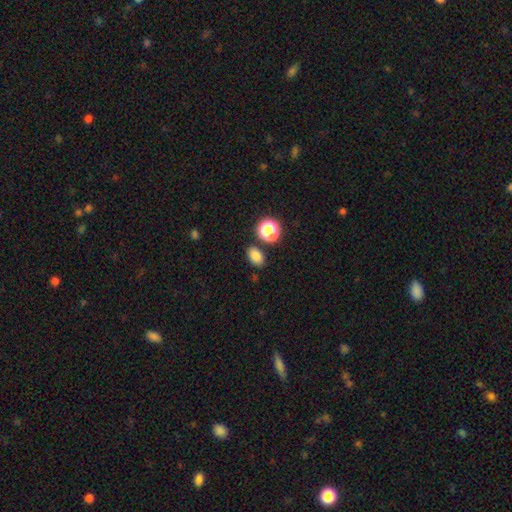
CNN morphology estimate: This is likely a smooth galaxy (80%). How rounded: likely in between (77%). Merging: likely none (79%).